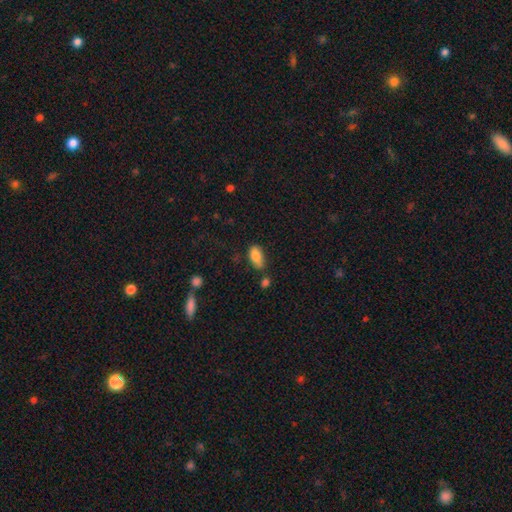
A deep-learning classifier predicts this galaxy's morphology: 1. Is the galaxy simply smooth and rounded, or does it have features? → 83% smooth, 9% featured or disk, 8% star or artifact.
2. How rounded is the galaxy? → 89% in between, 7% cigar-shaped, 3% round.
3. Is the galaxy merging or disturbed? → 59% none, 27% minor disturbance, 8% merger, 6% major disturbance.